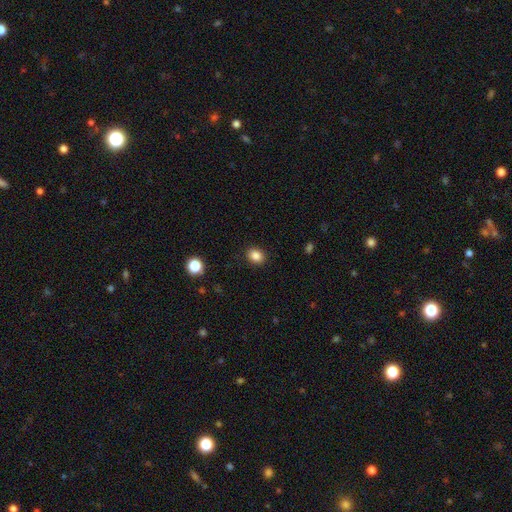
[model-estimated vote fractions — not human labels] smooth 85%, star or artifact 10%, featured or disk 4%. Down the decision tree: how rounded — in between (50%); merging — none (89%).